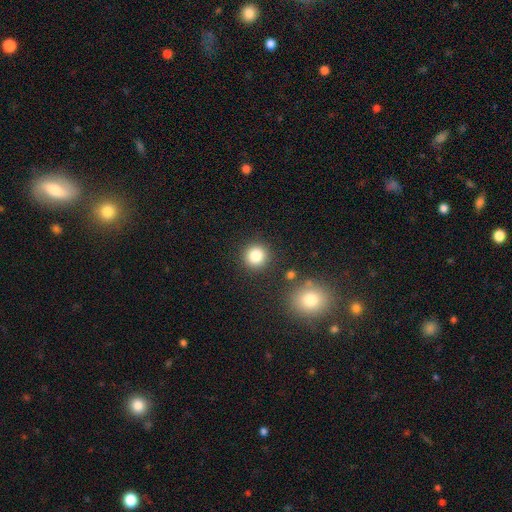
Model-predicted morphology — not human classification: type=smooth (83%); roundness=round (93%); merging=none (87%).